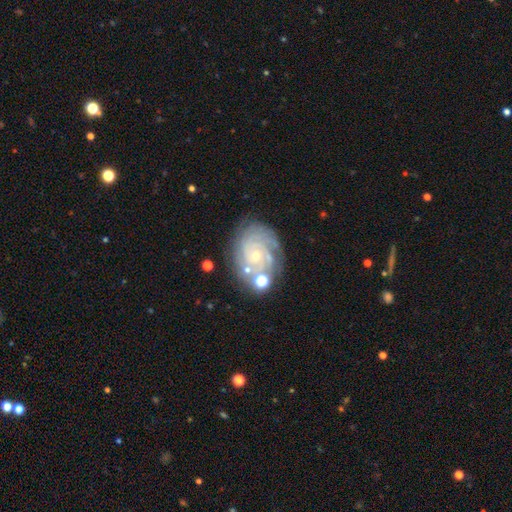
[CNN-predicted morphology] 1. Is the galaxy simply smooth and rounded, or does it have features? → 85% featured or disk, 8% star or artifact, 7% smooth.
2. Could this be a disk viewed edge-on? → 97% no, 3% yes.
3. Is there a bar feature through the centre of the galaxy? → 79% no, 17% weak, 4% strong.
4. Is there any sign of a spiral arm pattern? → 97% yes, 3% no.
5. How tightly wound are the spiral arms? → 78% tight, 19% medium, 3% loose.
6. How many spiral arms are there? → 25% can't tell, 23% 3, 22% 4, 16% 2, 9% more than 4, 6% 1.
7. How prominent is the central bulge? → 77% small, 19% moderate, 2% none, 1% large, 1% dominant.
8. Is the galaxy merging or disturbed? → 71% none, 16% minor disturbance, 7% merger, 6% major disturbance.